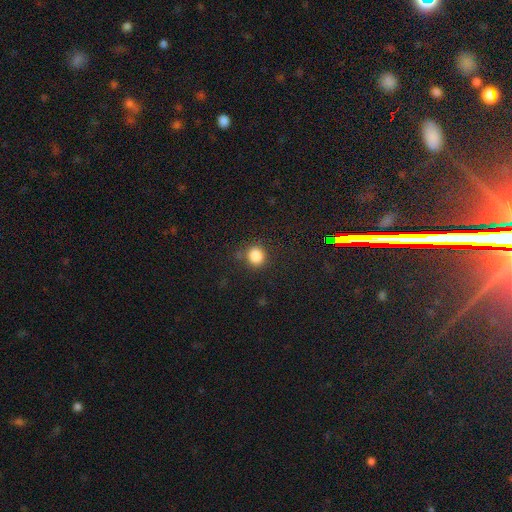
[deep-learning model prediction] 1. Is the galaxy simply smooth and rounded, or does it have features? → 84% smooth, 12% star or artifact, 4% featured or disk.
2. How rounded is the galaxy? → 86% round, 13% in between, 1% cigar-shaped.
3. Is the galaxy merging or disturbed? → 81% none, 12% minor disturbance, 4% major disturbance, 3% merger.